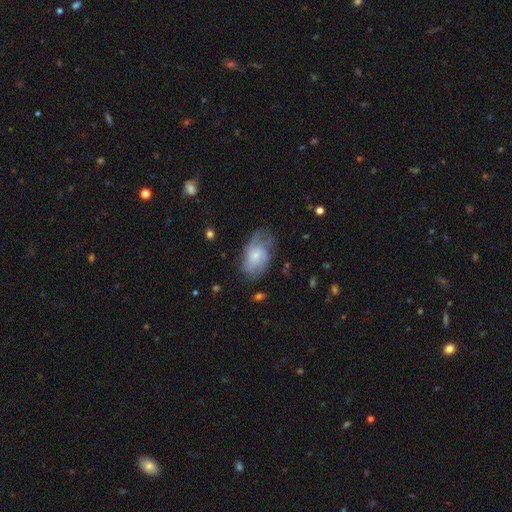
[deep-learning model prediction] smooth-or-featured: featured or disk: 53% | smooth: 40% | star or artifact: 7%
  disk-edge-on: no: 96% | yes: 4%
    bar: no: 67% | weak: 30% | strong: 4%
    has-spiral-arms: yes: 80% | no: 20%
    bulge-size: small: 57% | moderate: 28% | none: 9% | large: 4% | dominant: 1%
  merging: none: 48% | minor disturbance: 29% | major disturbance: 21% | merger: 2%